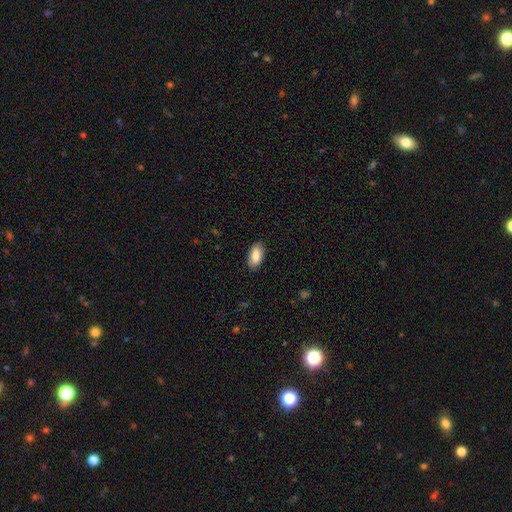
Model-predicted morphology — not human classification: Smooth or featured: smooth — 87% (featured or disk — 6%)
How rounded: in between — 93% (cigar-shaped — 5%)
Merging: none — 86% (minor disturbance — 10%)